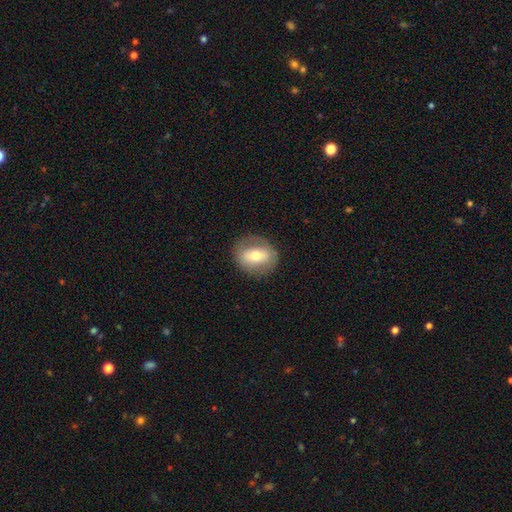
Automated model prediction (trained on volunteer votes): Morphology: type=smooth (52%); roundness=round (52%); merging=none (82%).